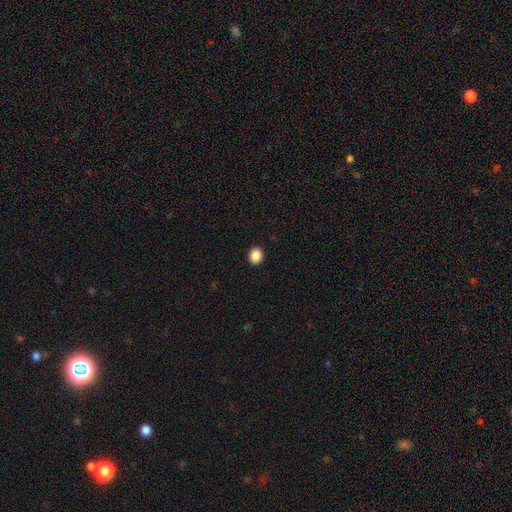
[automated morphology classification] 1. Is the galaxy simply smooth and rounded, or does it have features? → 89% smooth, 9% star or artifact, 2% featured or disk.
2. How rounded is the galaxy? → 72% round, 27% in between, 1% cigar-shaped.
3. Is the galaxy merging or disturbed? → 92% none, 5% minor disturbance, 2% major disturbance, 1% merger.